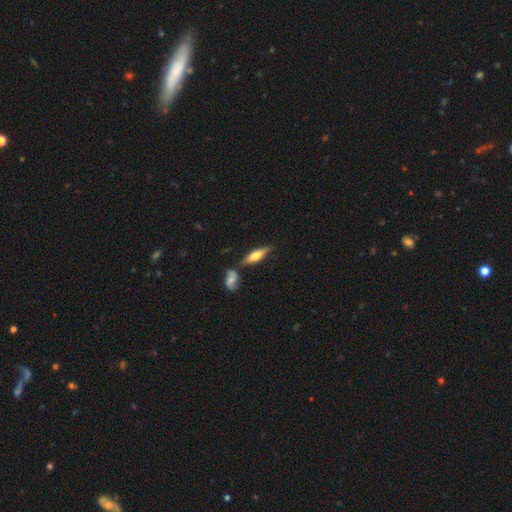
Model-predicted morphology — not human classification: smooth-or-featured: featured or disk: 49% | smooth: 45% | star or artifact: 6%
  merging: none: 73% | minor disturbance: 14% | merger: 10% | major disturbance: 3%